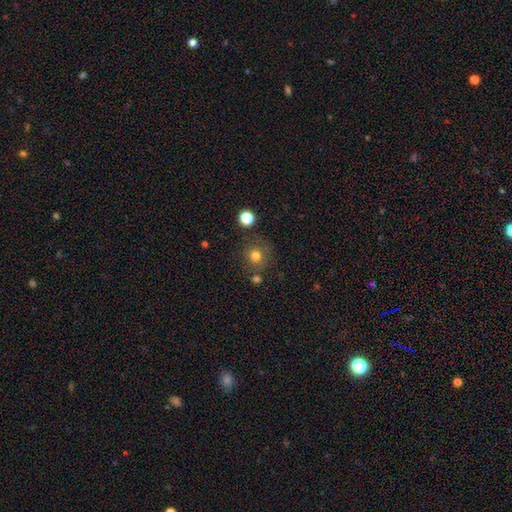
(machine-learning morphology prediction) Smooth or featured?
  - smooth: 79% *
  - star or artifact: 14%
  - featured or disk: 8%
How rounded?
  - round: 92% *
  - in between: 8%
  - cigar-shaped: 1%
Merging?
  - none: 78% *
  - minor disturbance: 11%
  - merger: 7%
  - major disturbance: 4%